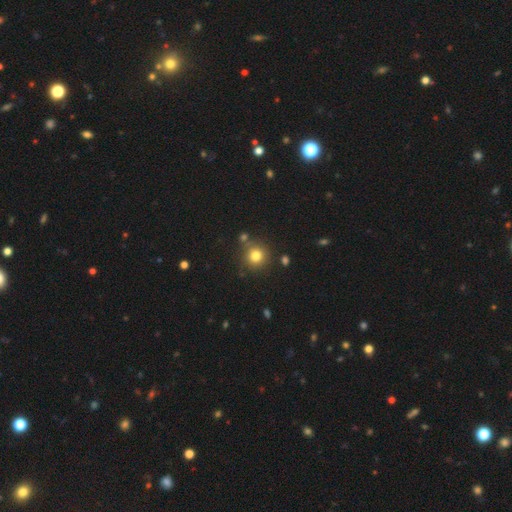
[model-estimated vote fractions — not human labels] Morphology: type=smooth (80%); roundness=round (92%); merging=none (80%).